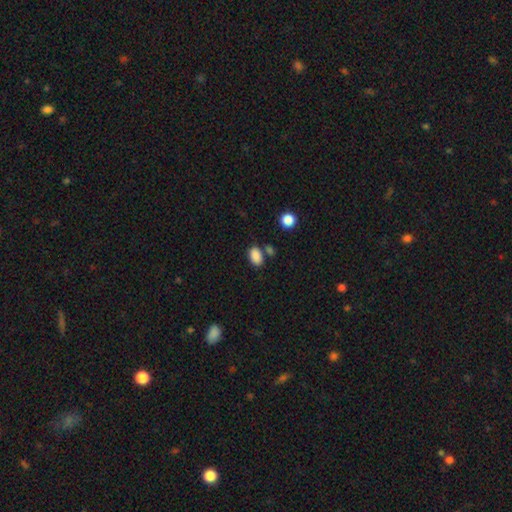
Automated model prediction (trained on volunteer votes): The model was most divided on "merging": none: 73%, minor disturbance: 13%, merger: 11%, major disturbance: 4%. More confident: smooth or featured — smooth (87%); how rounded — in between (86%).